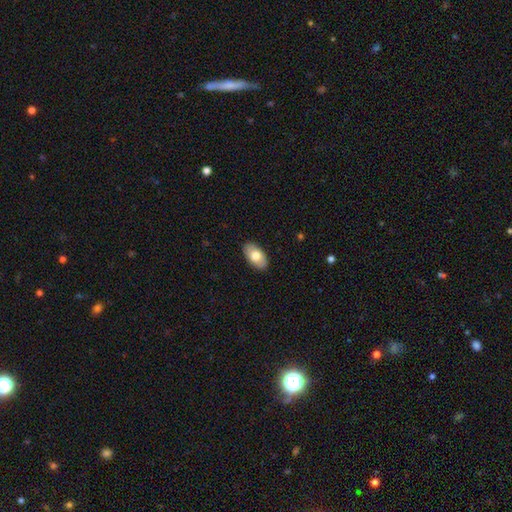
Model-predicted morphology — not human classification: A smooth galaxy with no disk features (74%) that is in between round and cigar-shaped (95%).

Vote fractions:
- Smooth or featured? smooth: 74% / featured or disk: 20% / star or artifact: 6%
- How rounded? in between: 95% / round: 4% / cigar-shaped: 2%
- Merging? none: 88% / minor disturbance: 9% / major disturbance: 2% / merger: 1%